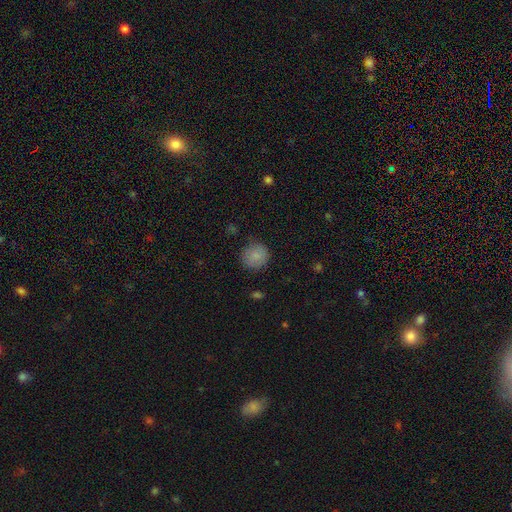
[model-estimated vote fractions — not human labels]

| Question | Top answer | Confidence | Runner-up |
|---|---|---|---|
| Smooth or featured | smooth | 85% | star or artifact (9%) |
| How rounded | round | 91% | in between (8%) |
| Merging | none | 80% | minor disturbance (15%) |